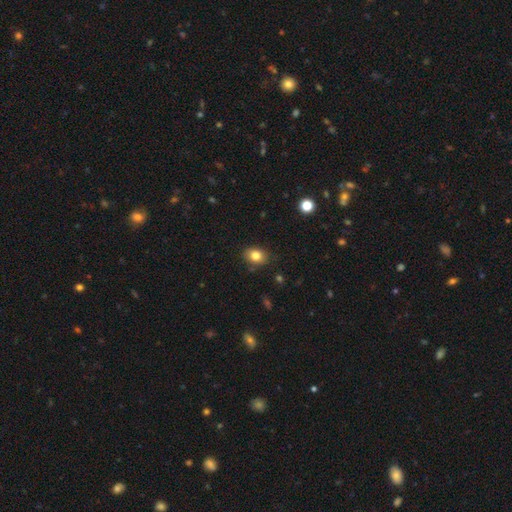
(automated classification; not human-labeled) smooth_or_featured: smooth (p=0.82) [alt: star or artifact p=0.10]
how_rounded: in between (p=0.66) [alt: round p=0.33]
merging: none (p=0.85) [alt: minor disturbance p=0.12]